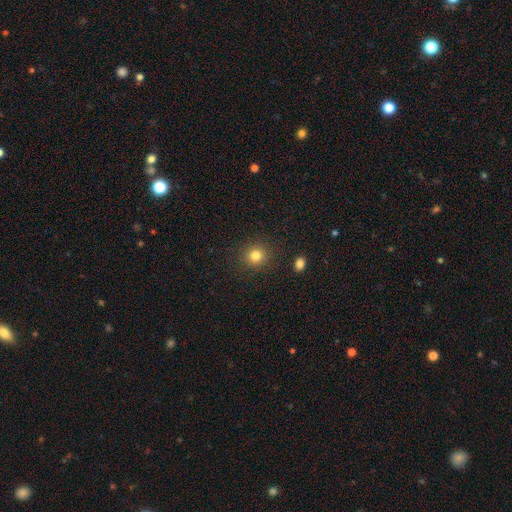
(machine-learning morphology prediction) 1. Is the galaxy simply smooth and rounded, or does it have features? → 82% smooth, 12% star or artifact, 6% featured or disk.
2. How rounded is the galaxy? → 89% round, 10% in between, 1% cigar-shaped.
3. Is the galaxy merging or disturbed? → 89% none, 7% minor disturbance, 3% major disturbance, 2% merger.